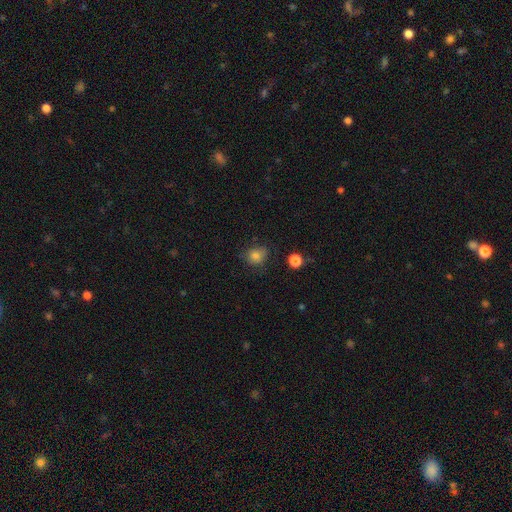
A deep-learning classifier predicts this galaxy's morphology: This is likely a smooth galaxy (80%). How rounded: likely round (67%). Merging: likely none (67%).